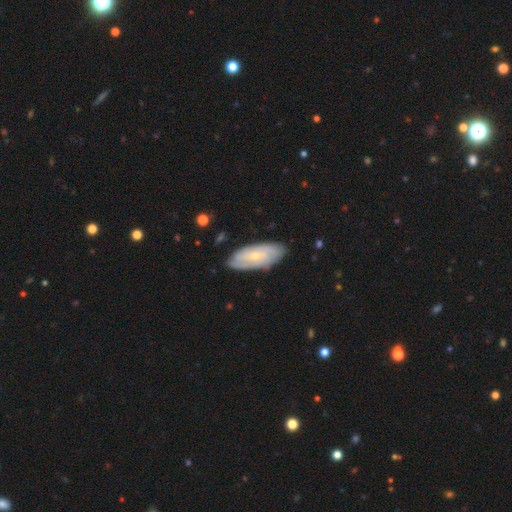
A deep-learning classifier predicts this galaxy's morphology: featured or disk 64%, smooth 30%, star or artifact 6%. Down the decision tree: edge-on disk — no (88%); bar — no (75%); spiral arms — yes (81%); bulge size — small (73%); merging — none (81%).